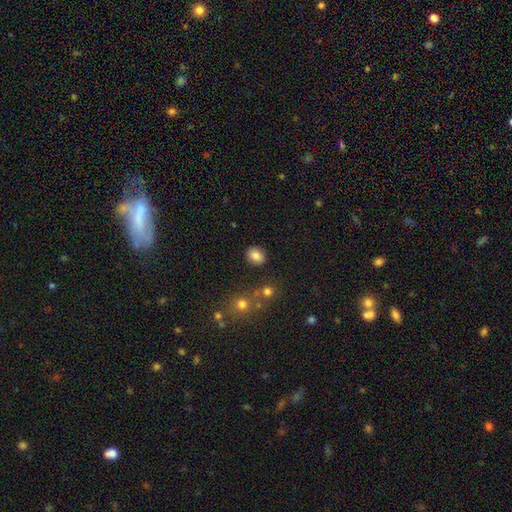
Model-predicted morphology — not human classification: smooth 84%, star or artifact 10%, featured or disk 6%. Down the decision tree: how rounded — round (51%); merging — none (85%).